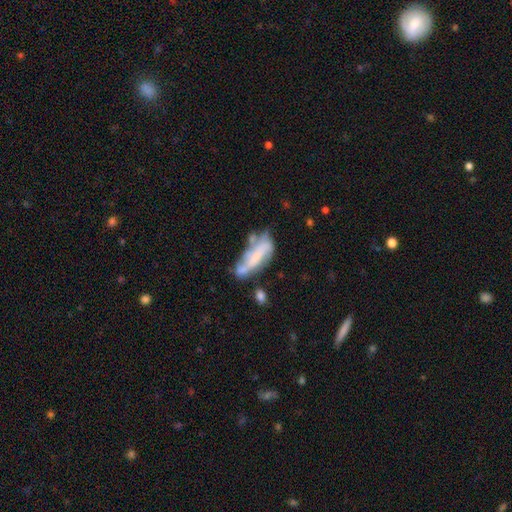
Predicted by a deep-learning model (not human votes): featured or disk 49%, smooth 41%, star or artifact 9%. Down the decision tree: merging — none (33%).